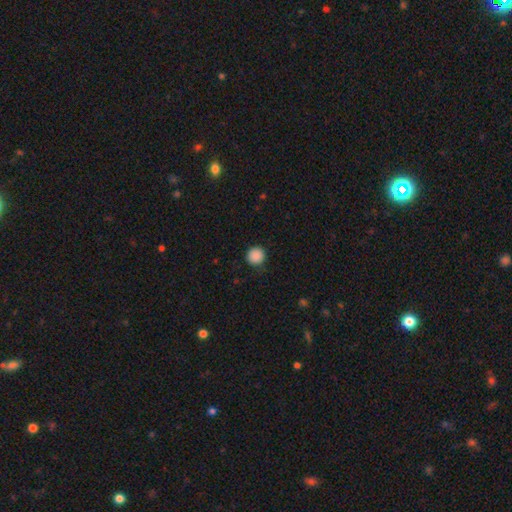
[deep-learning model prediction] Smooth or featured? Predicted: smooth (p=0.88). How rounded? Predicted: round (p=0.94). Merging? Predicted: none (p=0.90).